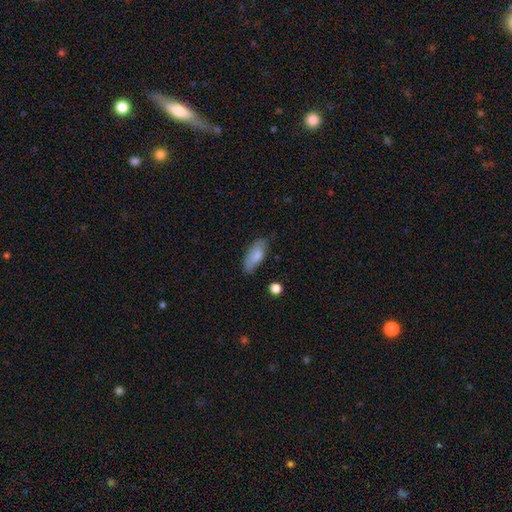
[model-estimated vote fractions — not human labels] smooth_or_featured: smooth (p=0.80) [alt: featured or disk p=0.13]
how_rounded: in between (p=0.82) [alt: cigar-shaped p=0.16]
merging: none (p=0.68) [alt: minor disturbance p=0.25]